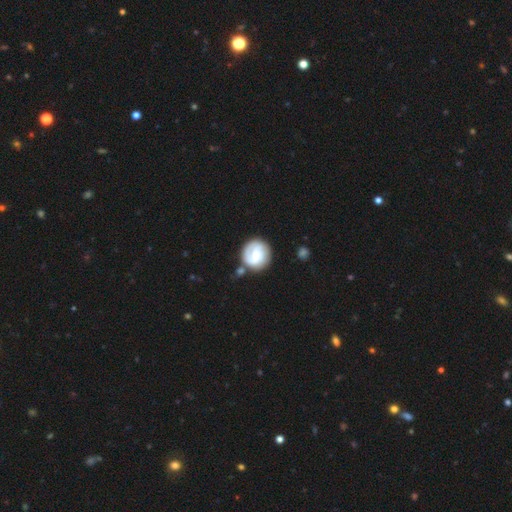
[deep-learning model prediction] Overall: featured or disk (69%). Edge-on disk: no (98%). Bar: no (46%; weak 44%). Spiral arms: yes (91%). Spiral arm count: 2 (60%). Spiral winding: tight (52%; medium 35%). Bulge size: small (49%; moderate 45%). Merging: none (71%).